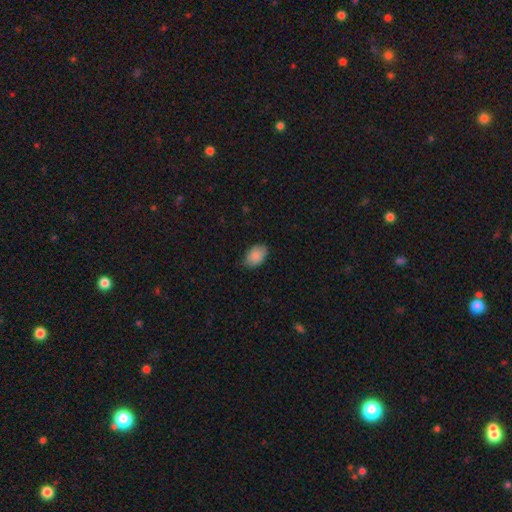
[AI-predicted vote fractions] smooth 88%, star or artifact 7%, featured or disk 5%. Down the decision tree: how rounded — in between (90%); merging — none (79%).